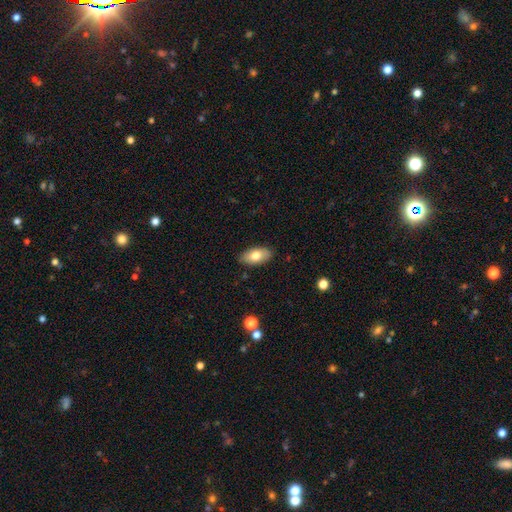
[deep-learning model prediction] smooth-or-featured: smooth: 76% | featured or disk: 18% | star or artifact: 7%
  how-rounded: in between: 92% | cigar-shaped: 4% | round: 3%
  merging: none: 87% | minor disturbance: 10% | major disturbance: 2% | merger: 1%